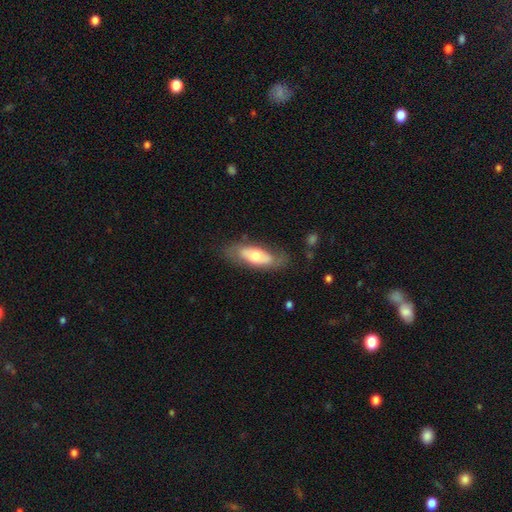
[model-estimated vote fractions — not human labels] Smooth or featured: smooth — 53% (featured or disk — 42%)
How rounded: in between — 72% (cigar-shaped — 26%)
Merging: none — 72% (minor disturbance — 19%)